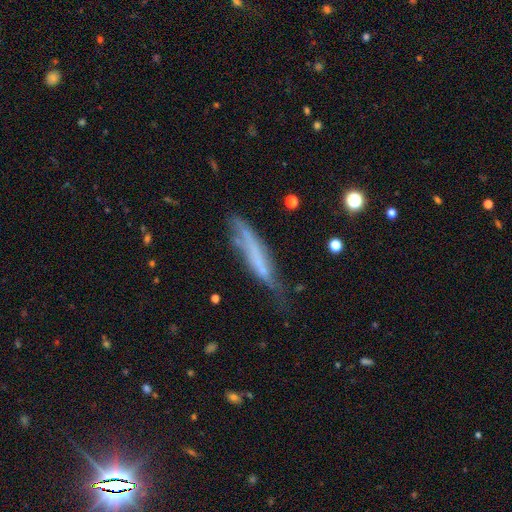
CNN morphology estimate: smooth_or_featured: featured or disk (p=0.48) [alt: smooth p=0.43]
merging: none (p=0.46) [alt: minor disturbance p=0.34]